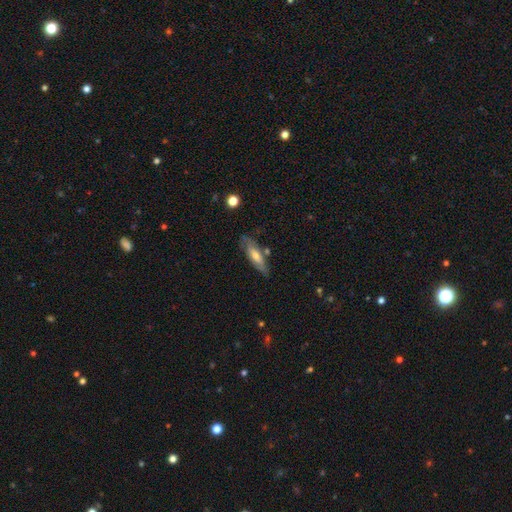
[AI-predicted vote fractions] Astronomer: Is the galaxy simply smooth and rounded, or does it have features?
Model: featured or disk — 49% (runner-up: smooth, 44%).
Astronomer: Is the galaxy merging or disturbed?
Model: none — 72%.